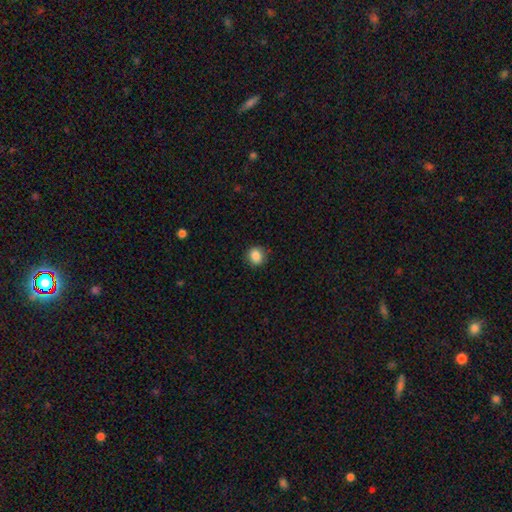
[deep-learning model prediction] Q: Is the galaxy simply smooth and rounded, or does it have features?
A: smooth — 86%.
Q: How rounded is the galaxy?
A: round — 81%.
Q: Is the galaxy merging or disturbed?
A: none — 86%.